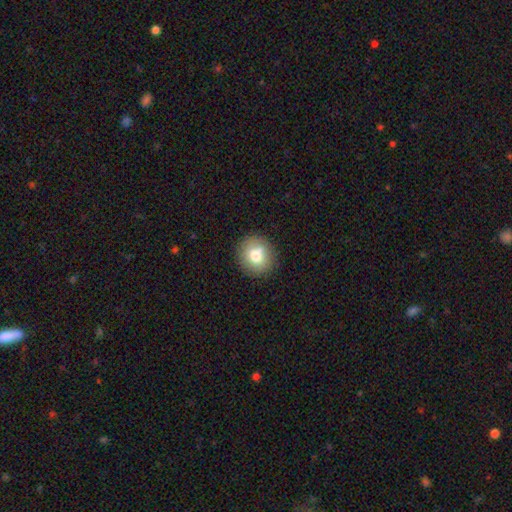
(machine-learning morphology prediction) smooth 73%, featured or disk 17%, star or artifact 11%. Down the decision tree: how rounded — round (84%); merging — none (78%).